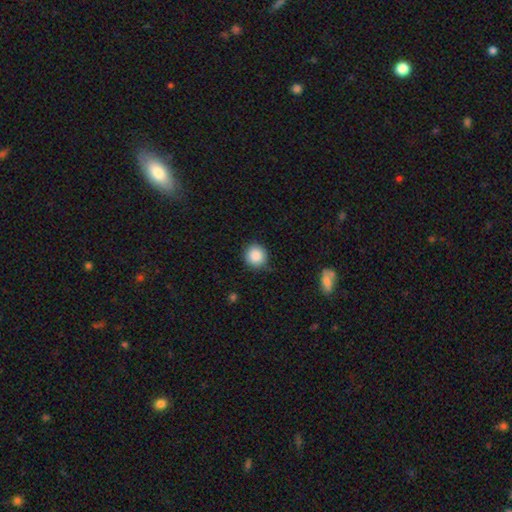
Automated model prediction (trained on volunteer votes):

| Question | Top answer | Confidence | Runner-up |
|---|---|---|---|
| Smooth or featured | smooth | 88% | star or artifact (8%) |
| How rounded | round | 92% | in between (7%) |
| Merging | none | 86% | minor disturbance (10%) |